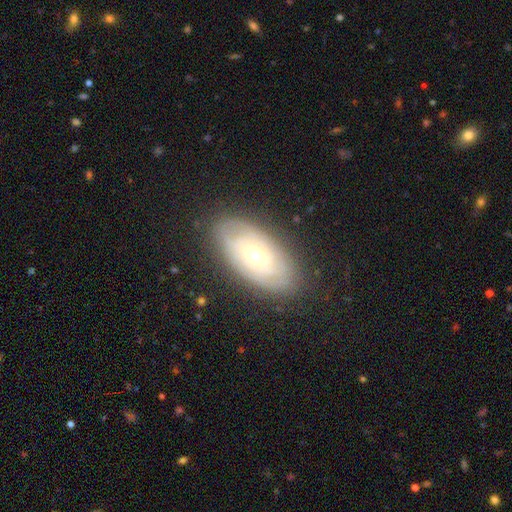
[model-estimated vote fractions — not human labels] Overall: featured or disk (65%; smooth 28%). Edge-on disk: no (89%). Bar: no (83%). Spiral arms: yes (69%; no 31%). Bulge size: moderate (49%; small 47%). Merging: none (81%).